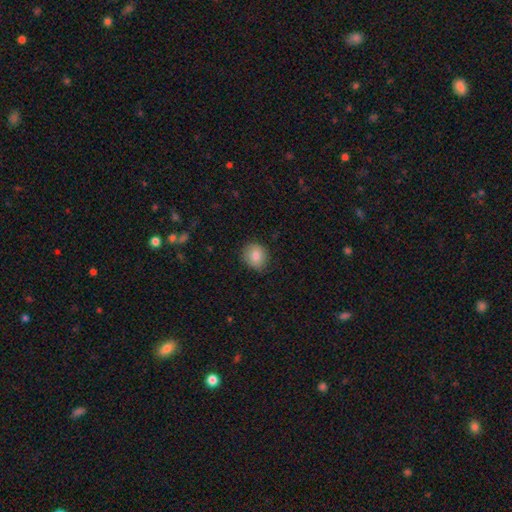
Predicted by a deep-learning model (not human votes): This appears to be a smooth galaxy with no disk features (82%) that is round (77%). Merging: none (85%).